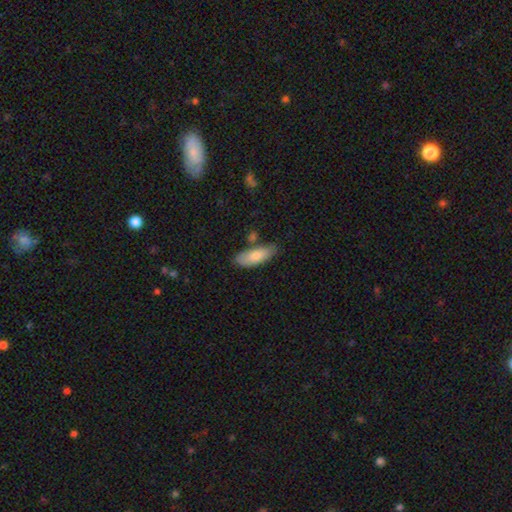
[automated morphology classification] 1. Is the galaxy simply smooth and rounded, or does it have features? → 77% smooth, 17% featured or disk, 6% star or artifact.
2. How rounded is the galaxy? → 71% in between, 27% cigar-shaped, 2% round.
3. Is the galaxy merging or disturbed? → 70% none, 19% minor disturbance, 8% merger, 3% major disturbance.